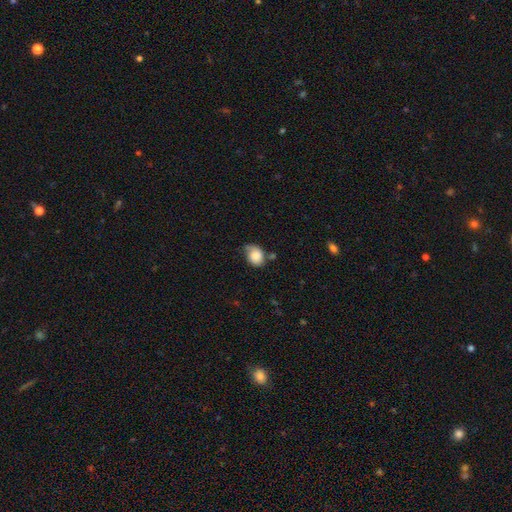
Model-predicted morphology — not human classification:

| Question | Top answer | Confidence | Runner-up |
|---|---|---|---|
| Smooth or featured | smooth | 77% | featured or disk (16%) |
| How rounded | in between | 56% | round (43%) |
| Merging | none | 41% | minor disturbance (38%) |